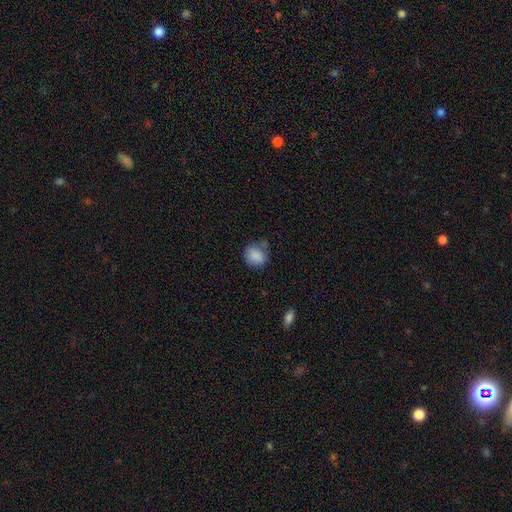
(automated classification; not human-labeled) A smooth galaxy with no disk features (85%) that is round (70%). Merging: none (59%).